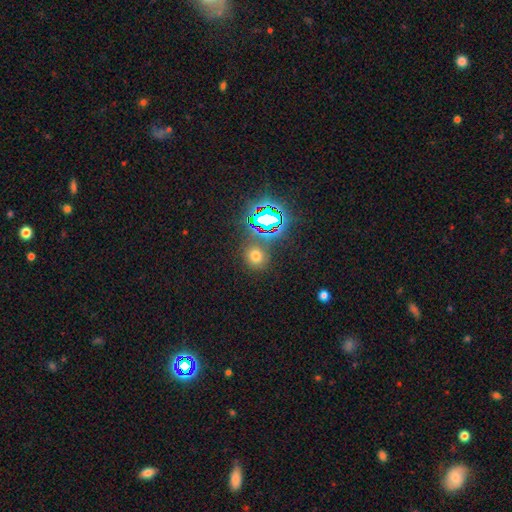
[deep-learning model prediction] This appears to be a smooth galaxy with no disk features (59%) that is round (78%). Merging: none (80%).